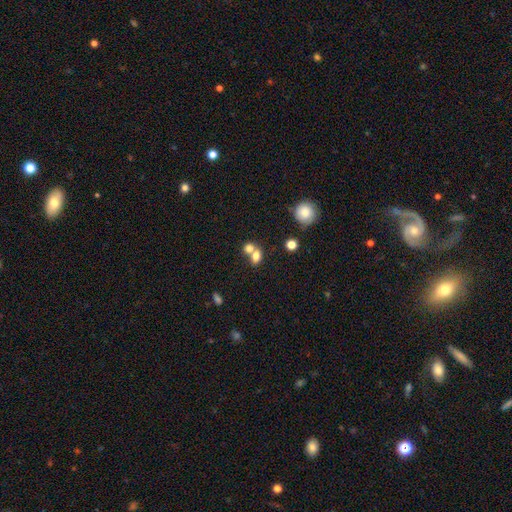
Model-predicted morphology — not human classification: The model was most divided on "how rounded": in between: 52%, round: 46%, cigar-shaped: 2%. More confident: smooth or featured — smooth (75%); merging — merger (55%).